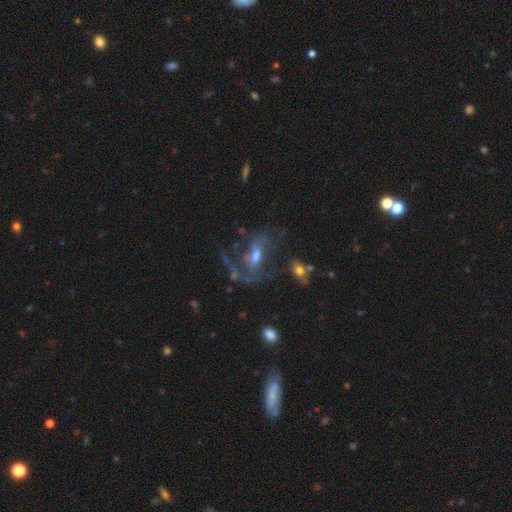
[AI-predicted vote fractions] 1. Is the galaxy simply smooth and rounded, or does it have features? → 69% featured or disk, 18% smooth, 13% star or artifact.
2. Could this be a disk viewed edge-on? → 92% no, 8% yes.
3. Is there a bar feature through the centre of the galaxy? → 41% weak, 40% no, 18% strong.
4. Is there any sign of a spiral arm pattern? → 68% yes, 32% no.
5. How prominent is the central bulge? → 56% moderate, 31% small, 7% large, 4% none, 2% dominant.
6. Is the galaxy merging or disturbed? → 38% major disturbance, 37% none, 16% minor disturbance, 9% merger.